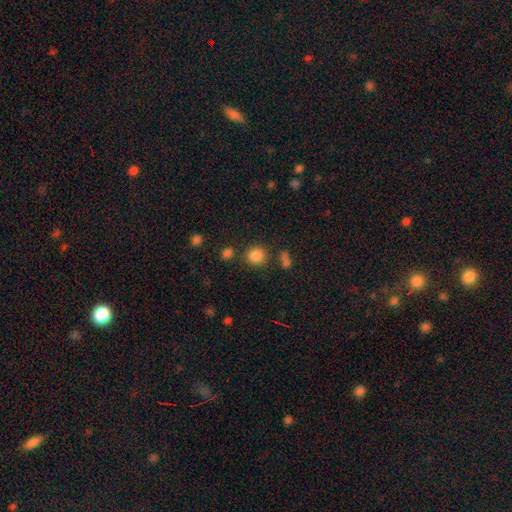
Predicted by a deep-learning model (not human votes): Smooth or featured? Predicted: smooth (p=0.85). How rounded? Predicted: round (p=0.84). Merging? Predicted: none (p=0.79).